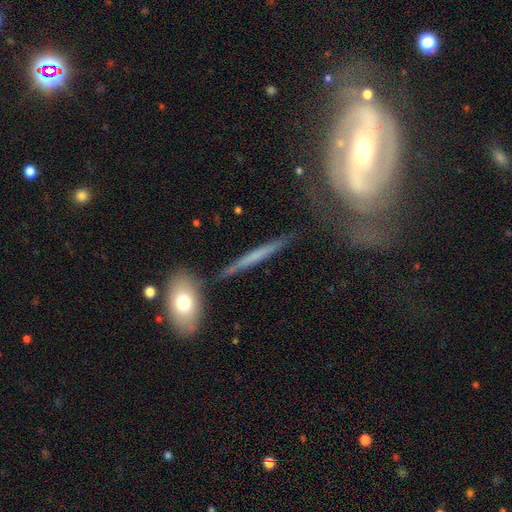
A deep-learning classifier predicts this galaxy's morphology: Smooth or featured: featured or disk — 51% (smooth — 42%)
Edge-on disk: yes — 88% (no — 12%)
Merging: none — 78% (minor disturbance — 13%)